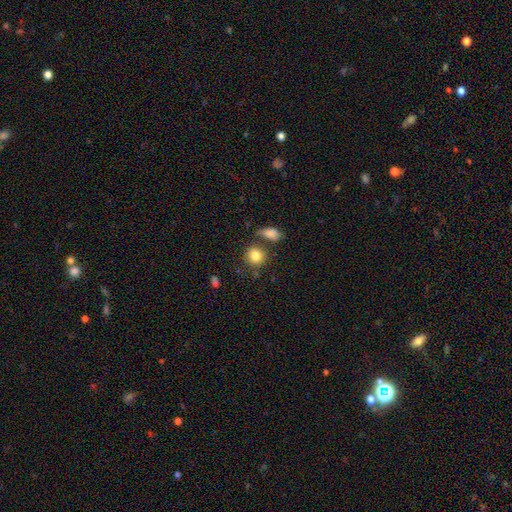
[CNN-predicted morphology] A smooth galaxy with no disk features (83%) that is round (80%). Merging: none (69%).